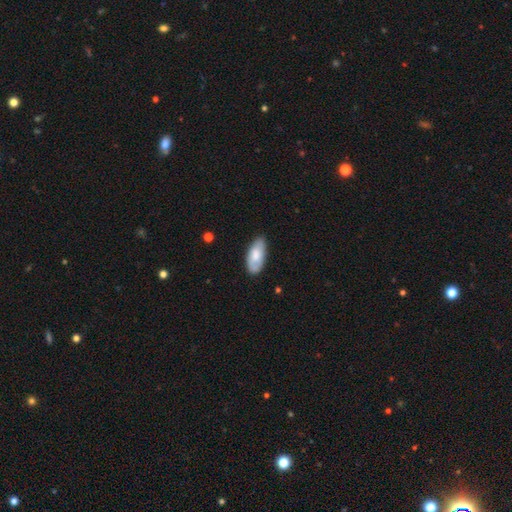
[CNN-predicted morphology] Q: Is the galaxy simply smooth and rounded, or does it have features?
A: smooth — 73%.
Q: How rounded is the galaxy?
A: in between — 91%.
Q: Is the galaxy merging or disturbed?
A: none — 75%.